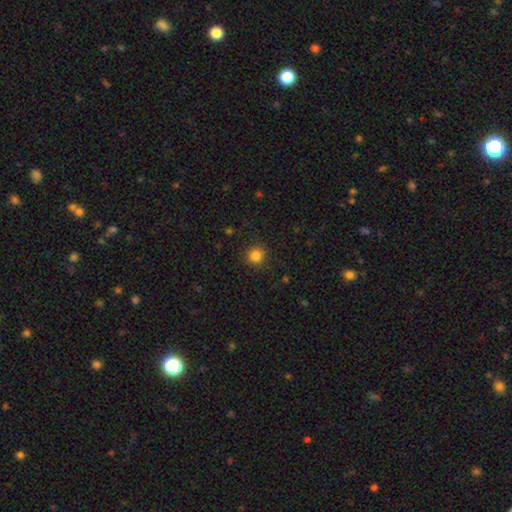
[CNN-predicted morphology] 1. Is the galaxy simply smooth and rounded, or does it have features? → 84% smooth, 12% star or artifact, 4% featured or disk.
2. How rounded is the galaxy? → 93% round, 6% in between, 1% cigar-shaped.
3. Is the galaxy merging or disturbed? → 89% none, 7% minor disturbance, 3% major disturbance, 1% merger.